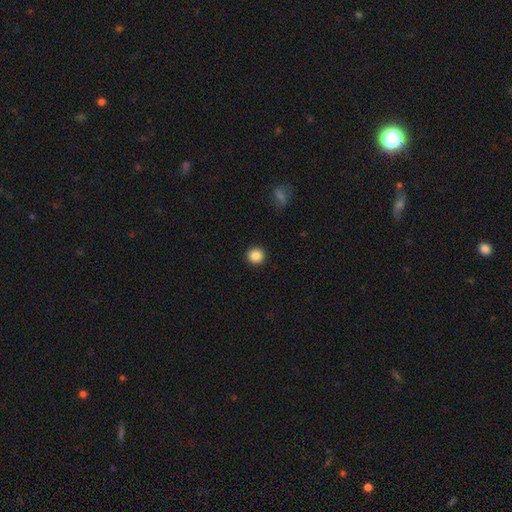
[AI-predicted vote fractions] Smooth or featured? smooth (87%)
How rounded? round (94%)
Merging? none (92%)